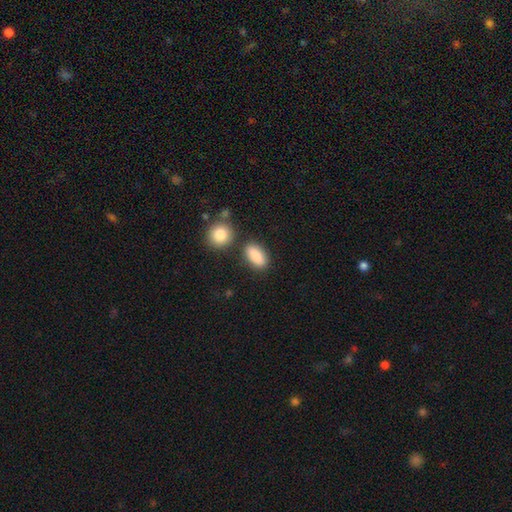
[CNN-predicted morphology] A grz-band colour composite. It shows a smooth galaxy with no disk features (88%) that is in between round and cigar-shaped (87%). Merging: none (76%).